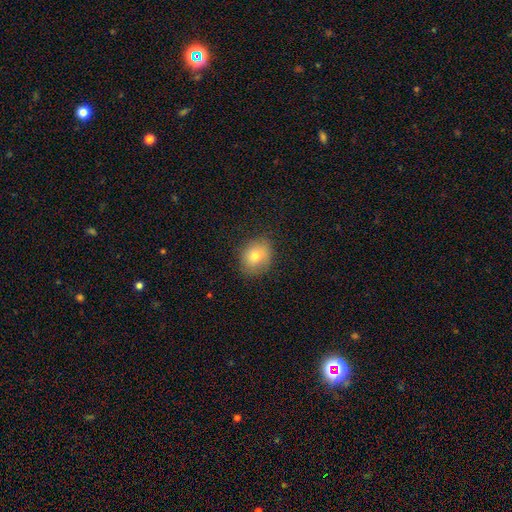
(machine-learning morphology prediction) This appears to be a smooth galaxy with no disk features (79%) that is round (55%). Merging: none (82%).